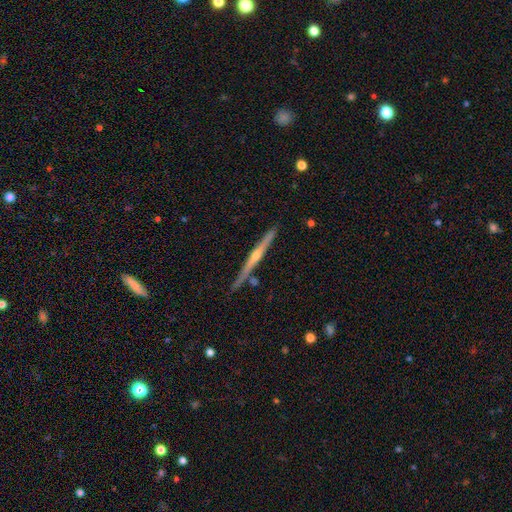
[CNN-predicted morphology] A featured or disk galaxy (81%) viewed edge-on (98%) with a rounded central bulge (81%). Merging: none (88%).